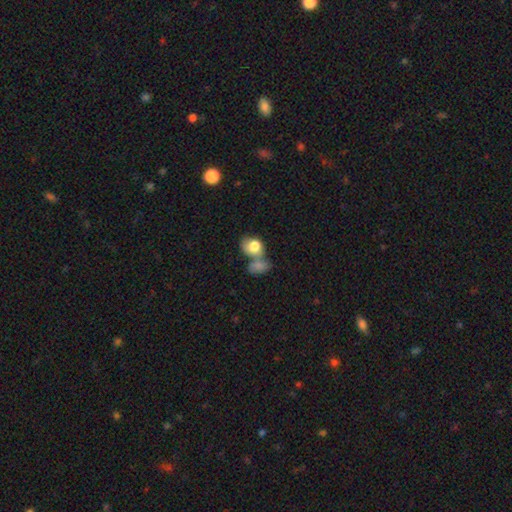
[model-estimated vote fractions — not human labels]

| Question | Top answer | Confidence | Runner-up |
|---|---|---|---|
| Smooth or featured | smooth | 61% | featured or disk (20%) |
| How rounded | round | 58% | in between (39%) |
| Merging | none | 43% | merger (41%) |